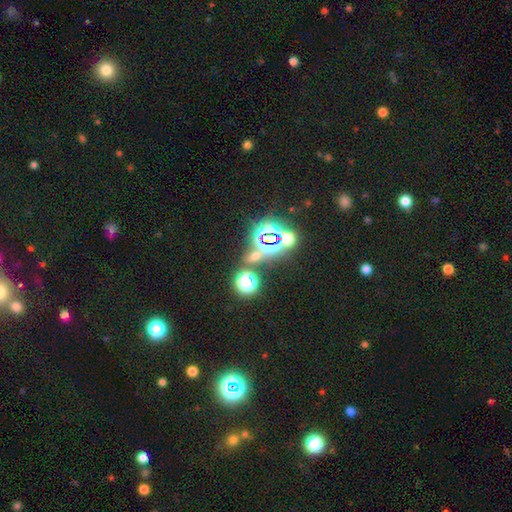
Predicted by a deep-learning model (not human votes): Smooth or featured: star or artifact — 67% (smooth — 24%)